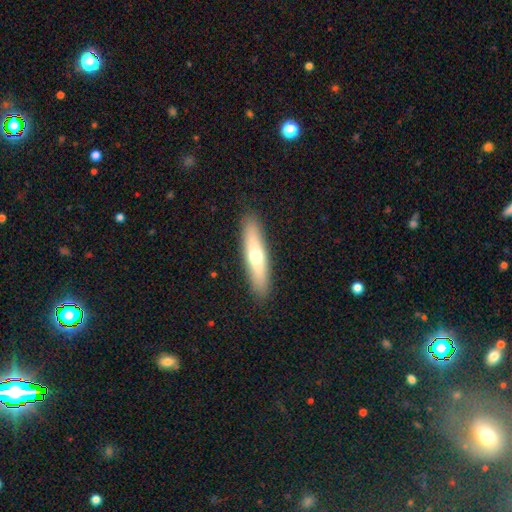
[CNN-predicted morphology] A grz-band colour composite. It shows a smooth galaxy with no disk features (54%) that is cigar-shaped (79%). Merging: none (90%).